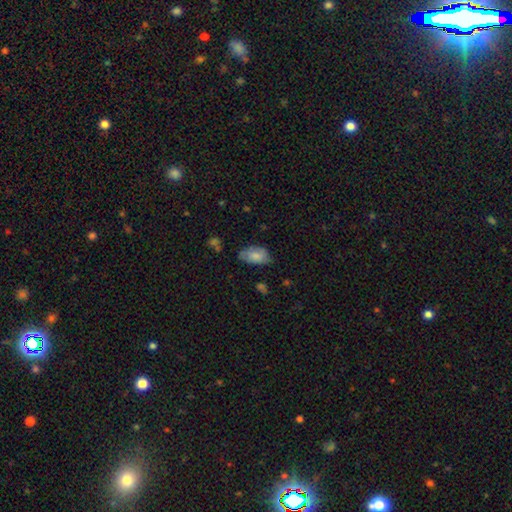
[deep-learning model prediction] A smooth galaxy with no disk features (79%) that is in between round and cigar-shaped (93%). Merging: none (60%).